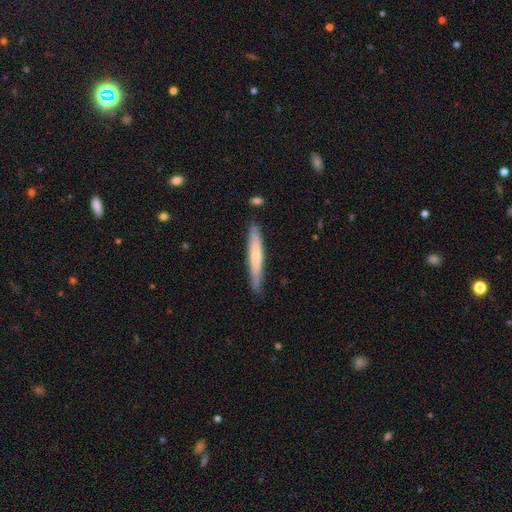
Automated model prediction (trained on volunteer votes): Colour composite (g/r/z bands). It shows a smooth galaxy with no disk features (56%) that is cigar-shaped (95%). Merging: none (85%).